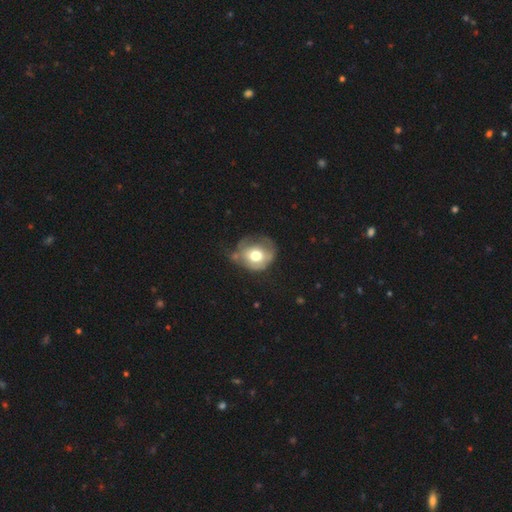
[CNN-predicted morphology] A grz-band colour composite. It shows a smooth galaxy with no disk features (57%) that is round (72%). Merging: none (36%).